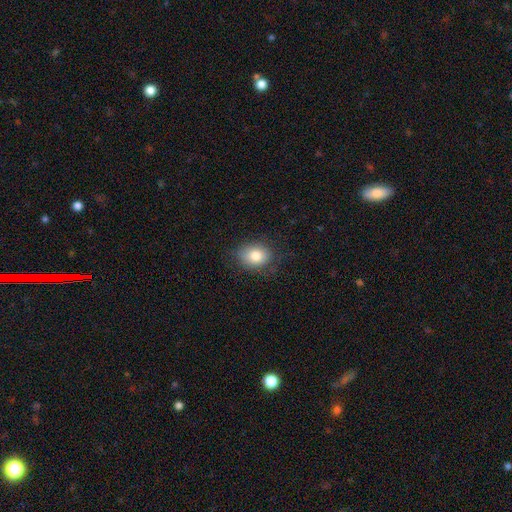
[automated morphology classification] Smooth or featured: smooth — 81% (featured or disk — 10%)
How rounded: in between — 60% (round — 39%)
Merging: none — 77% (minor disturbance — 17%)